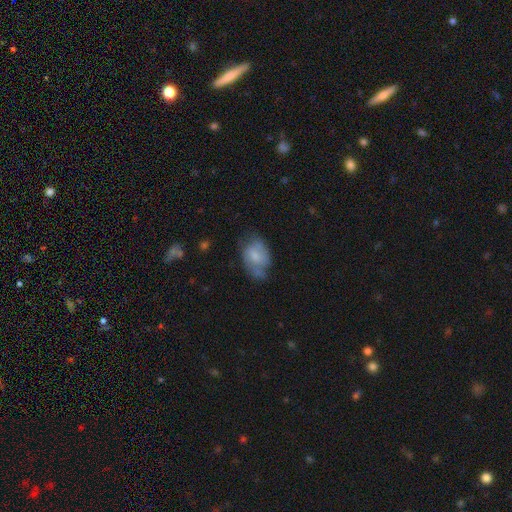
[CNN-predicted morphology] Q: Smooth or featured?
A: smooth (50%); runner-up: featured or disk (42%)
Q: How rounded?
A: in between (83%); runner-up: round (16%)
Q: Merging?
A: none (47%); runner-up: minor disturbance (33%)